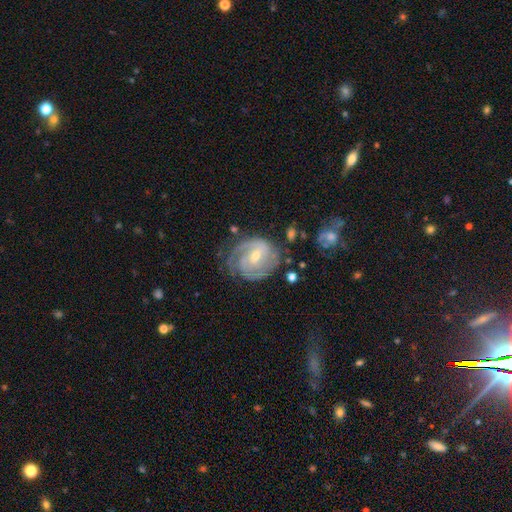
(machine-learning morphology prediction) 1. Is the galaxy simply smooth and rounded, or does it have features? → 87% featured or disk, 8% smooth, 5% star or artifact.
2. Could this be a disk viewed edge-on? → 97% no, 3% yes.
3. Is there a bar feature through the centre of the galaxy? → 49% weak, 31% no, 20% strong.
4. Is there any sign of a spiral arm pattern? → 96% yes, 4% no.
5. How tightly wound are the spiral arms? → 64% tight, 30% medium, 7% loose.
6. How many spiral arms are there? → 40% 2, 23% can't tell, 23% 3, 6% 4, 5% 1, 4% more than 4.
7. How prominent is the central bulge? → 51% small, 46% moderate, 1% large, 1% none, 1% dominant.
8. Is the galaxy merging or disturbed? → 66% none, 21% minor disturbance, 10% major disturbance, 3% merger.